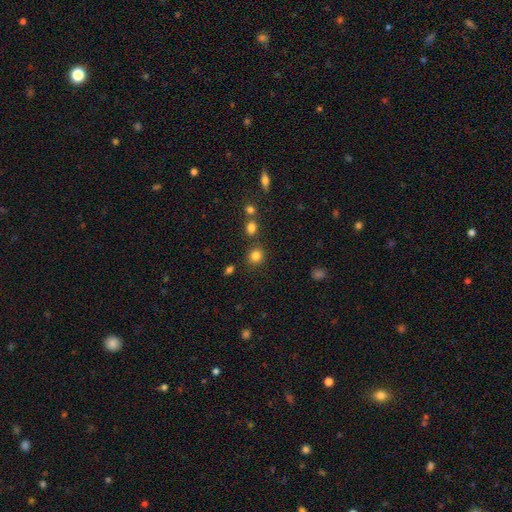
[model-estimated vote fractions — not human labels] Smooth or featured? smooth (82%)
How rounded? round (85%)
Merging? none (81%)